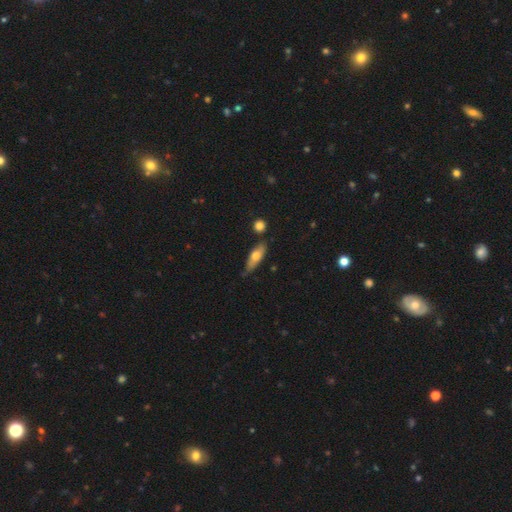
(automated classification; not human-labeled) Q: Smooth or featured?
A: smooth (62%); runner-up: featured or disk (32%)
Q: How rounded?
A: in between (50%); runner-up: cigar-shaped (47%)
Q: Merging?
A: none (66%); runner-up: minor disturbance (23%)